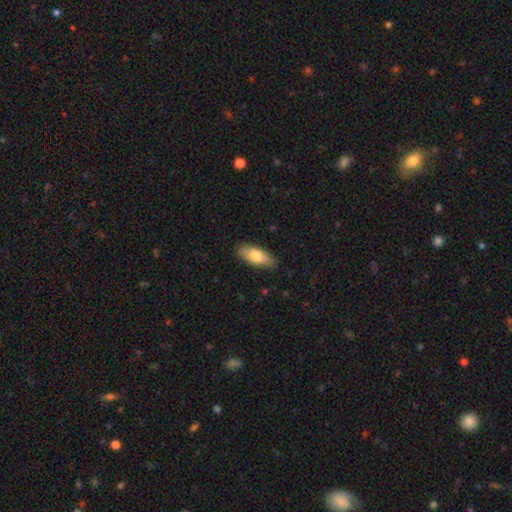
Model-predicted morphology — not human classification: smooth 77%, featured or disk 18%, star or artifact 6%. Down the decision tree: how rounded — in between (78%); merging — none (85%).